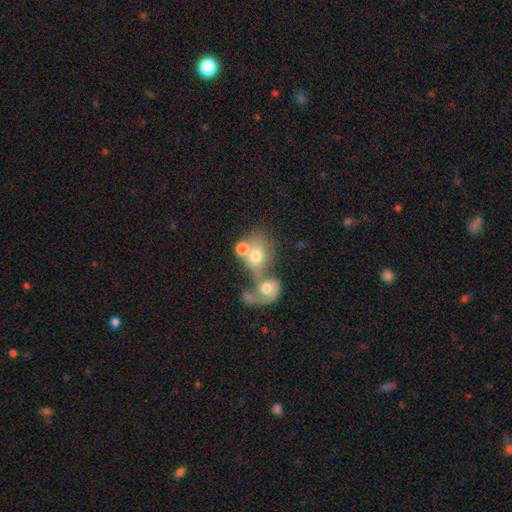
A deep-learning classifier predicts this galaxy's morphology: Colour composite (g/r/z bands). It shows a smooth galaxy with no disk features (59%) that is round (56%). Merging: merger (71%).